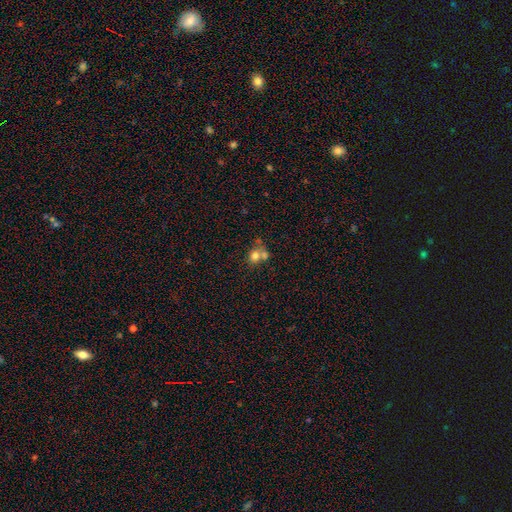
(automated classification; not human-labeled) Smooth or featured? Predicted: smooth (p=0.73). How rounded? Predicted: round (p=0.71). Merging? Predicted: merger (p=0.53).